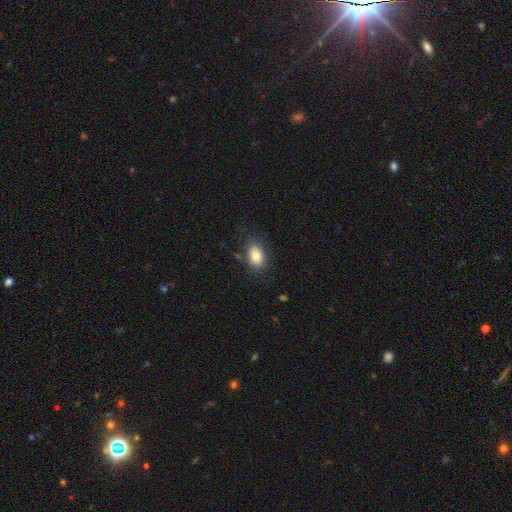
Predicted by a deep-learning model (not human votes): A smooth galaxy with no disk features (80%) that is in between round and cigar-shaped (87%).

Vote fractions:
- Smooth or featured? smooth: 80% / featured or disk: 11% / star or artifact: 8%
- How rounded? in between: 87% / round: 11% / cigar-shaped: 2%
- Merging? none: 79% / minor disturbance: 14% / major disturbance: 5% / merger: 2%